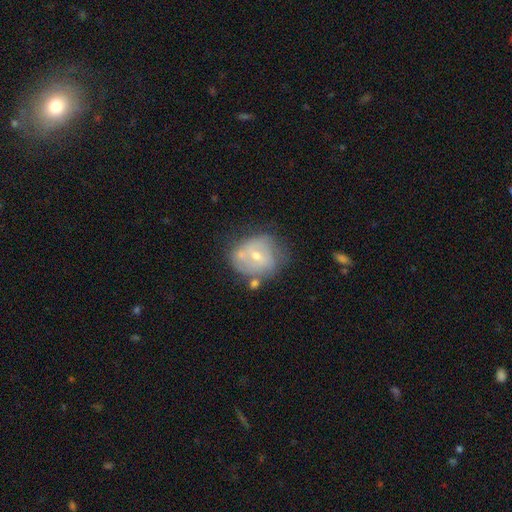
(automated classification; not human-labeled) Smooth or featured?
  - featured or disk: 62% *
  - smooth: 30%
  - star or artifact: 8%
Edge-on disk?
  - no: 97% *
  - yes: 3%
Bar?
  - no: 55% *
  - weak: 37%
  - strong: 8%
Spiral arms?
  - yes: 63% *
  - no: 37%
Bulge size?
  - small: 52% *
  - moderate: 45%
  - large: 1%
  - none: 1%
  - dominant: 1%
Merging?
  - none: 51% *
  - minor disturbance: 26%
  - merger: 12%
  - major disturbance: 11%